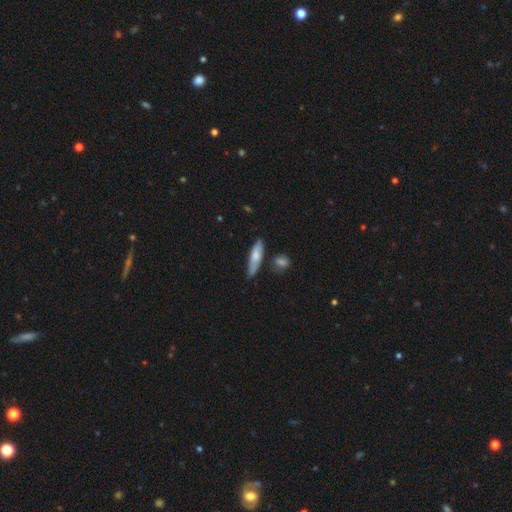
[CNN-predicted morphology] Overall: smooth (70%). How rounded: cigar-shaped (71%). Merging: none (70%).